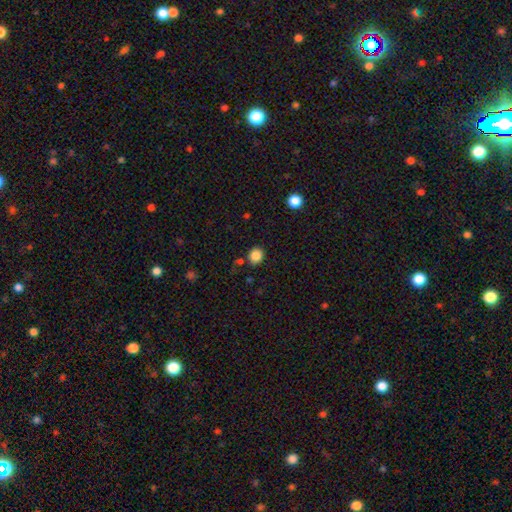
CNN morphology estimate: Q: Smooth or featured?
A: smooth (85%); runner-up: star or artifact (11%)
Q: How rounded?
A: round (70%); runner-up: in between (29%)
Q: Merging?
A: none (83%); runner-up: minor disturbance (10%)